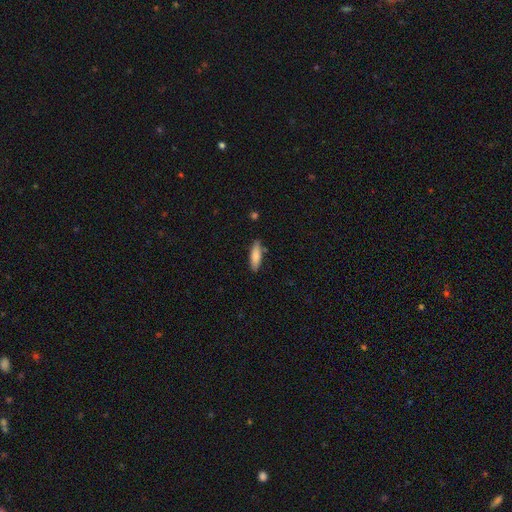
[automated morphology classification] type=smooth (81%); roundness=cigar-shaped (54%); merging=none (80%).